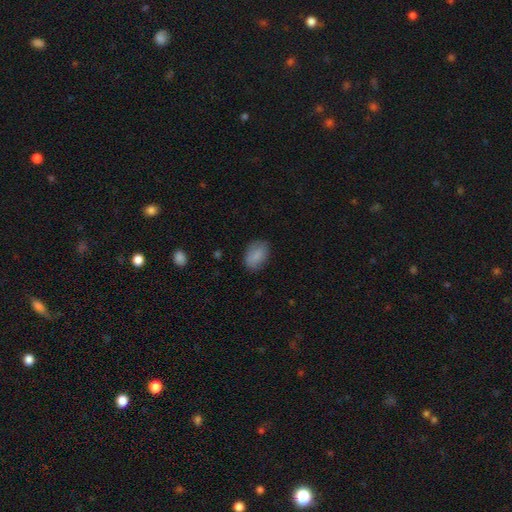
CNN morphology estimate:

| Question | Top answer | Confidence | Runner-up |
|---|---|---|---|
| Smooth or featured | smooth | 86% | star or artifact (7%) |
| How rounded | in between | 85% | round (13%) |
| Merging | none | 78% | minor disturbance (17%) |